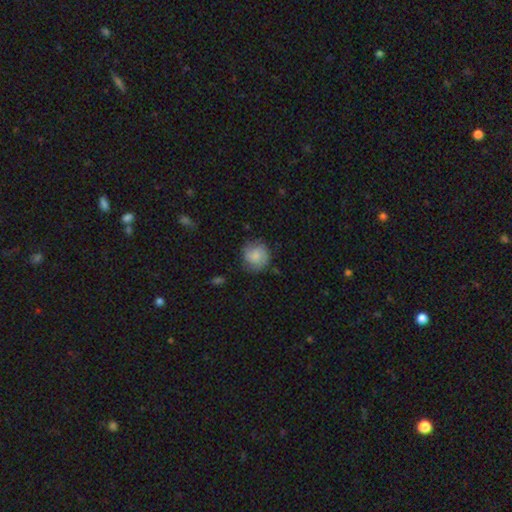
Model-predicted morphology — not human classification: A smooth galaxy with no disk features (52%) that is round (86%). Merging: none (73%).